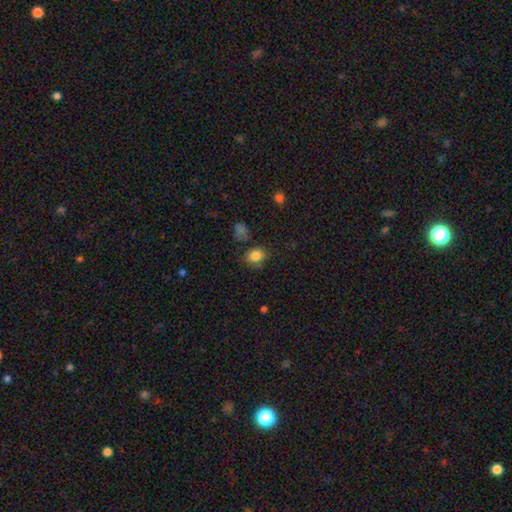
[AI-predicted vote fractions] The model was most divided on "how rounded" (2-way tie): in between: 49%, round: 49%, cigar-shaped: 1%. More confident: smooth or featured — smooth (83%); merging — none (71%).